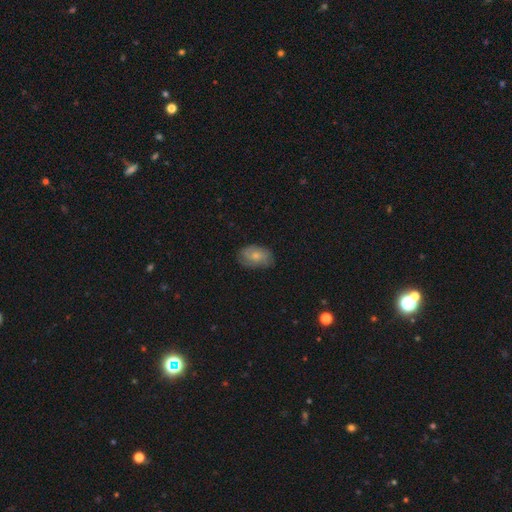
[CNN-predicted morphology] Smooth or featured?
  - smooth: 59% *
  - featured or disk: 34%
  - star or artifact: 8%
How rounded?
  - in between: 86% *
  - round: 13%
  - cigar-shaped: 2%
Merging?
  - none: 70% *
  - minor disturbance: 23%
  - major disturbance: 6%
  - merger: 1%